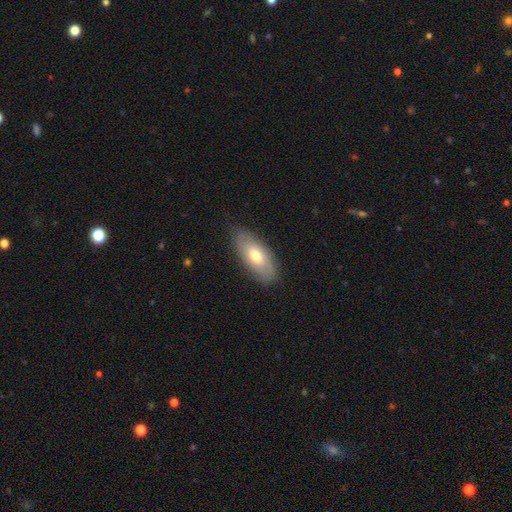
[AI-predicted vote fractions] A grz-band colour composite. It shows a smooth galaxy with no disk features (65%) that is in between round and cigar-shaped (87%). Merging: none (81%).